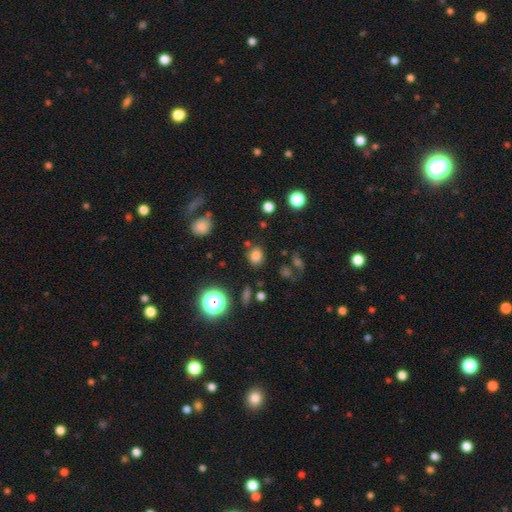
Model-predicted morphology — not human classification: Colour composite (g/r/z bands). It shows a smooth galaxy with no disk features (77%) that is round (53%). Merging: none (79%).